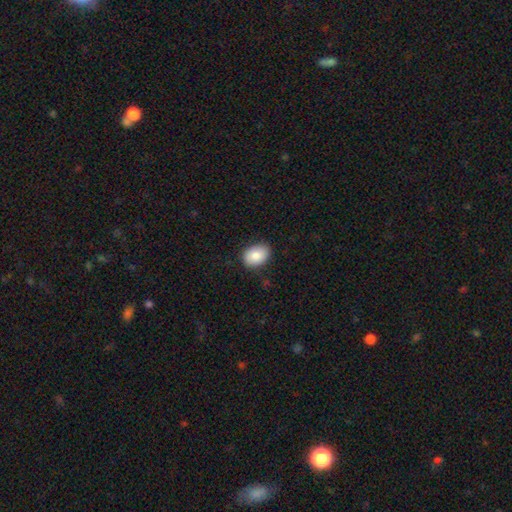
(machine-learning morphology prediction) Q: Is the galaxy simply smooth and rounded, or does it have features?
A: smooth — 84%.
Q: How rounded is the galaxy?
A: in between — 76%.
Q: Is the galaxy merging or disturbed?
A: none — 85%.